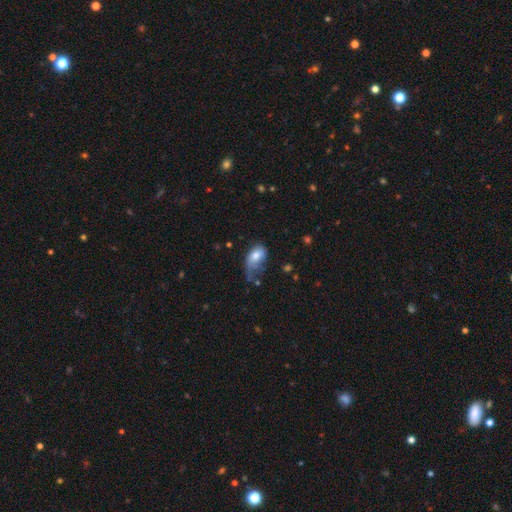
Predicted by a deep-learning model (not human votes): The model was most divided on "merging": major disturbance: 45%, minor disturbance: 29%, none: 21%, merger: 6%. More confident: how rounded — in between (88%); smooth or featured — smooth (69%).